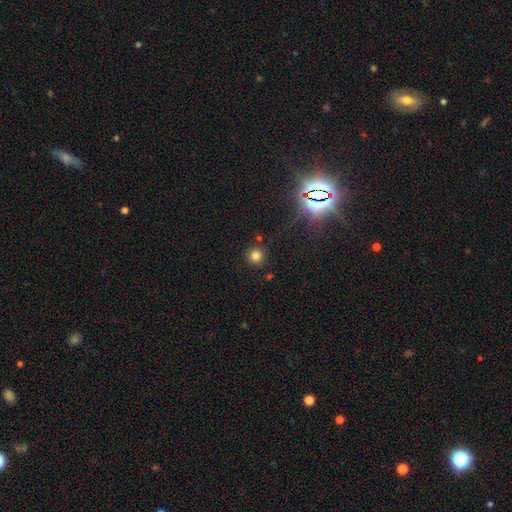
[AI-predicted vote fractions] smooth-or-featured: smooth: 78% | star or artifact: 17% | featured or disk: 6%
  how-rounded: round: 94% | in between: 5% | cigar-shaped: 1%
  merging: none: 87% | minor disturbance: 7% | merger: 4% | major disturbance: 3%